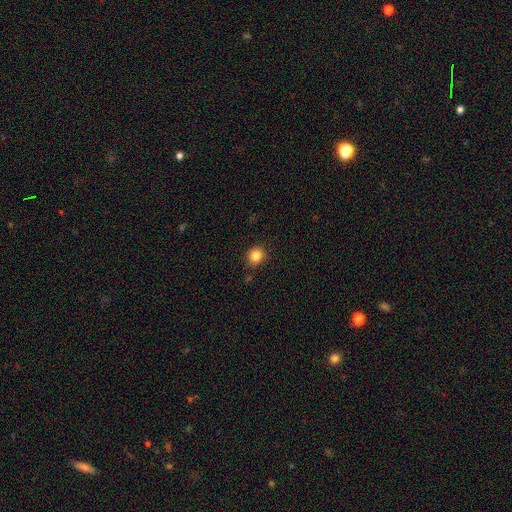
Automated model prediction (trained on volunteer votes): Overall: smooth (84%). How rounded: round (87%). Merging: none (85%).